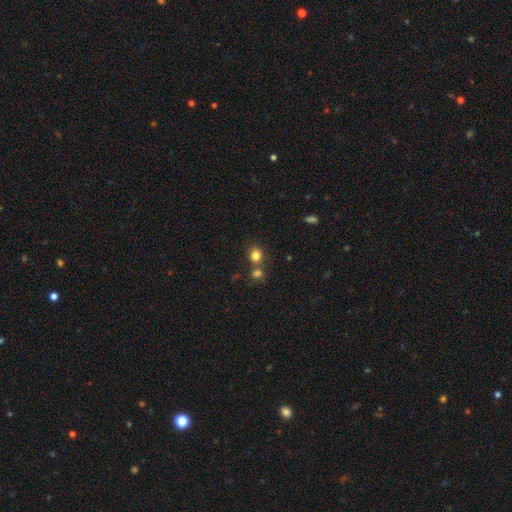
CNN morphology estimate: A smooth galaxy with no disk features (81%) that is round (75%). Merging: none (60%).